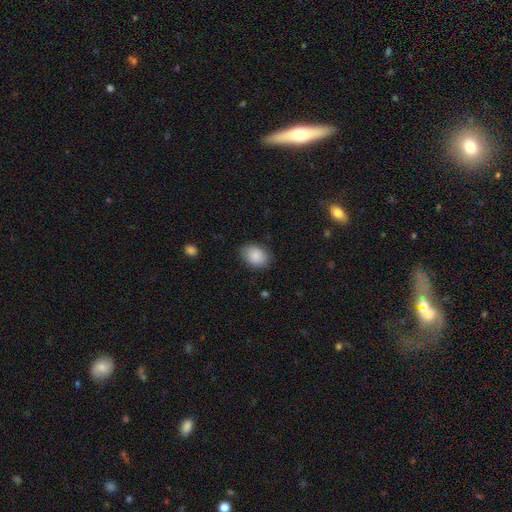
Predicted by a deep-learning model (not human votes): The model was most divided on "how rounded": in between: 72%, round: 27%, cigar-shaped: 1%. More confident: smooth or featured — smooth (88%); merging — none (84%).